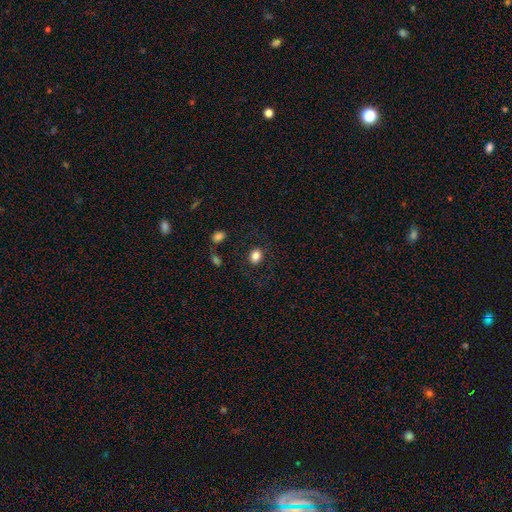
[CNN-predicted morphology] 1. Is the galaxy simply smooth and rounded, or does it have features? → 84% smooth, 10% star or artifact, 6% featured or disk.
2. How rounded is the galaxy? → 54% round, 45% in between, 1% cigar-shaped.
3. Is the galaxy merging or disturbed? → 84% none, 9% minor disturbance, 4% major disturbance, 2% merger.